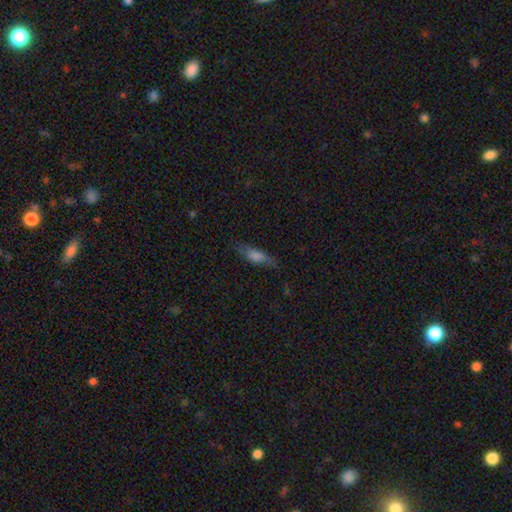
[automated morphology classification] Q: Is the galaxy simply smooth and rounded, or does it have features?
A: smooth — 60%.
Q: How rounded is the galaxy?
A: cigar-shaped — 55%.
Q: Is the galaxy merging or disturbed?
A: none — 72%.